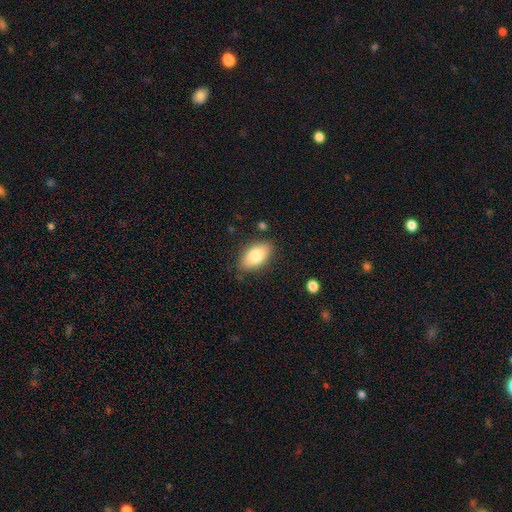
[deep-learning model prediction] A smooth galaxy with no disk features (79%) that is in between round and cigar-shaped (93%).

Vote fractions:
- Smooth or featured? smooth: 79% / featured or disk: 14% / star or artifact: 7%
- How rounded? in between: 93% / round: 5% / cigar-shaped: 3%
- Merging? none: 82% / minor disturbance: 13% / major disturbance: 3% / merger: 2%